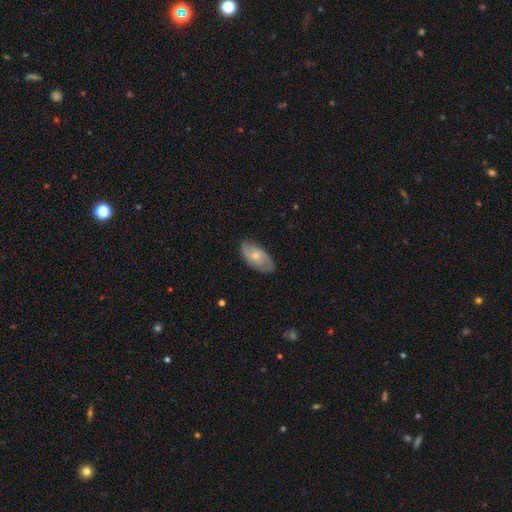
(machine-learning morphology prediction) Smooth or featured? featured or disk (50%)
Edge-on disk? no (92%)
Merging? none (77%)